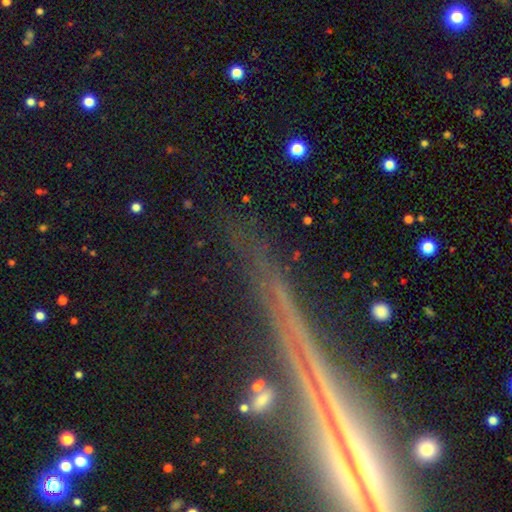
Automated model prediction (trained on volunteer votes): Q: Smooth or featured?
A: star or artifact (59%); runner-up: featured or disk (25%)